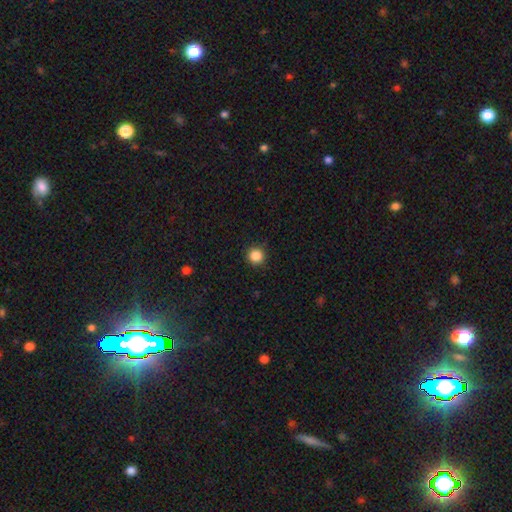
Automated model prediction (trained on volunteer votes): A smooth galaxy with no disk features (86%) that is round (95%). Merging: none (91%).